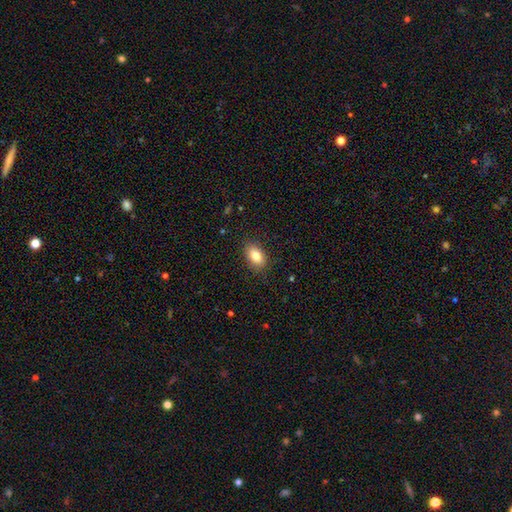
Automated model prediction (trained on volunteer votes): Smooth or featured? smooth (85%)
How rounded? in between (90%)
Merging? none (86%)